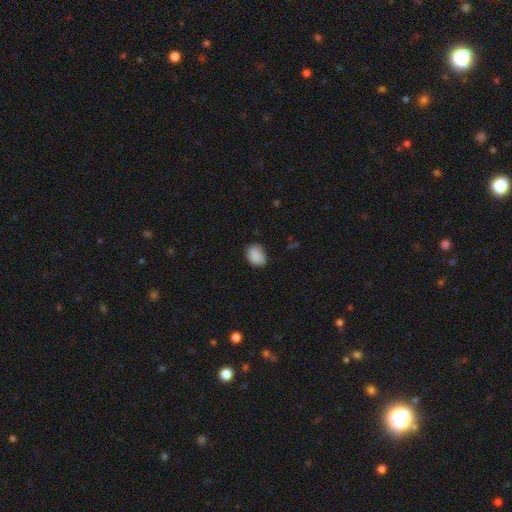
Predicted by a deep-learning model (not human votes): This appears to be a smooth galaxy with no disk features (86%) that is in between round and cigar-shaped (65%). Merging: none (66%).